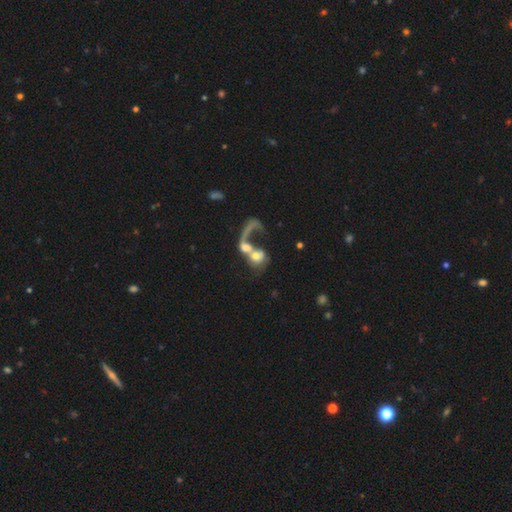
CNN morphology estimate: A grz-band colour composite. It shows a featured or disk galaxy (54%) with no bar (74%), spiral arms (60%) and a moderate central bulge (46%). Merging: merger (67%).